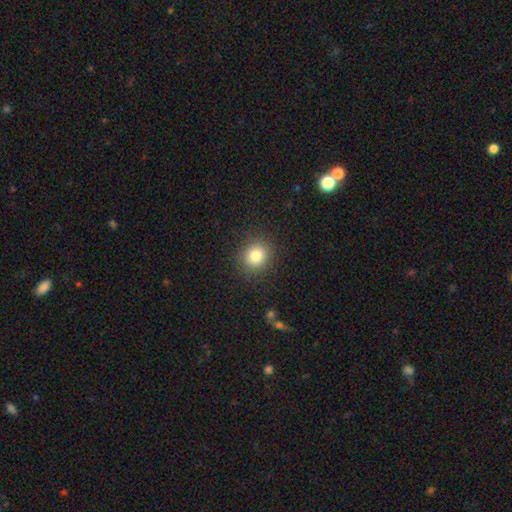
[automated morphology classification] smooth-or-featured: smooth: 82% | star or artifact: 12% | featured or disk: 7%
  how-rounded: round: 80% | in between: 19% | cigar-shaped: 1%
  merging: none: 88% | minor disturbance: 8% | major disturbance: 3% | merger: 1%